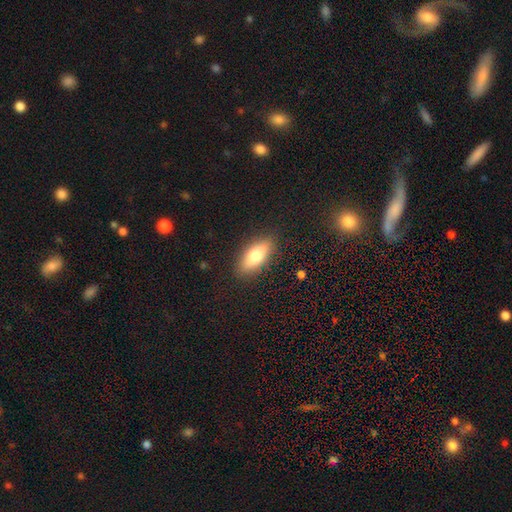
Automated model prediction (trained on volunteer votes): This appears to be a smooth galaxy with no disk features (73%) that is in between round and cigar-shaped (71%). Merging: none (88%).